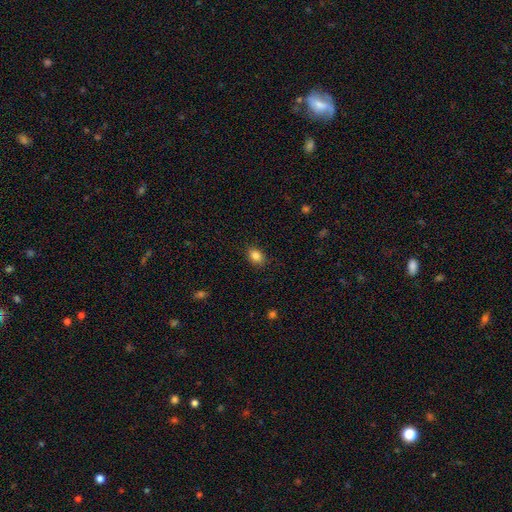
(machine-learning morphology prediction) type=smooth (85%); roundness=in between (70%); merging=none (86%).